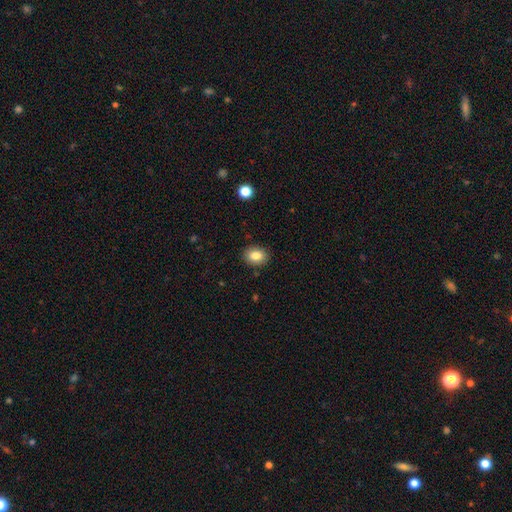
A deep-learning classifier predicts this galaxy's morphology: smooth 84%, star or artifact 9%, featured or disk 7%. Down the decision tree: how rounded — in between (59%); merging — none (89%).